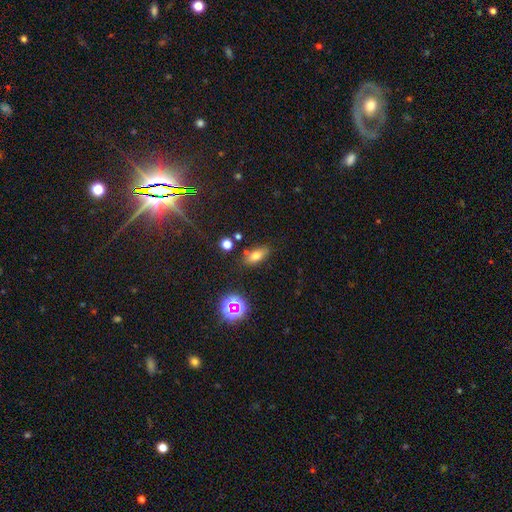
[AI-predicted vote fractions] A smooth galaxy with no disk features (71%) that is in between round and cigar-shaped (80%).

Vote fractions:
- Smooth or featured? smooth: 71% / star or artifact: 16% / featured or disk: 14%
- How rounded? in between: 80% / cigar-shaped: 11% / round: 9%
- Merging? none: 79% / minor disturbance: 12% / merger: 6% / major disturbance: 3%